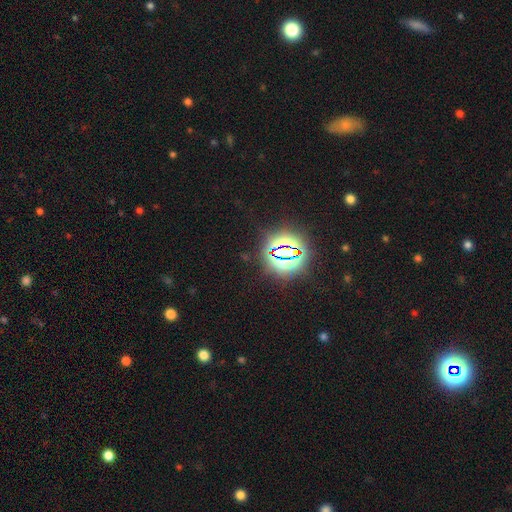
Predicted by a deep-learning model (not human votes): This appears to be a star or artifact, not a galaxy (82%).